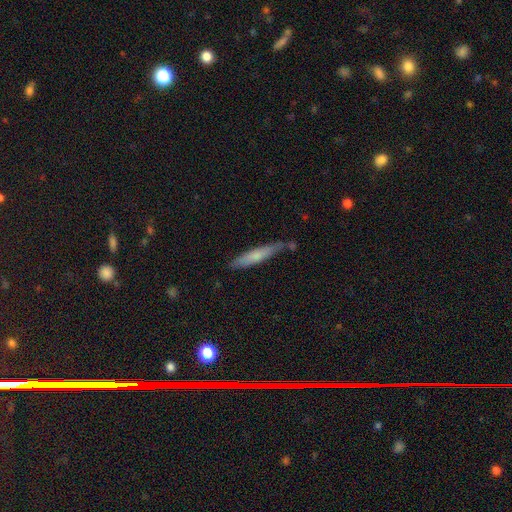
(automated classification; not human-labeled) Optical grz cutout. It shows a smooth galaxy with no disk features (68%) that is cigar-shaped (90%). Merging: none (71%).